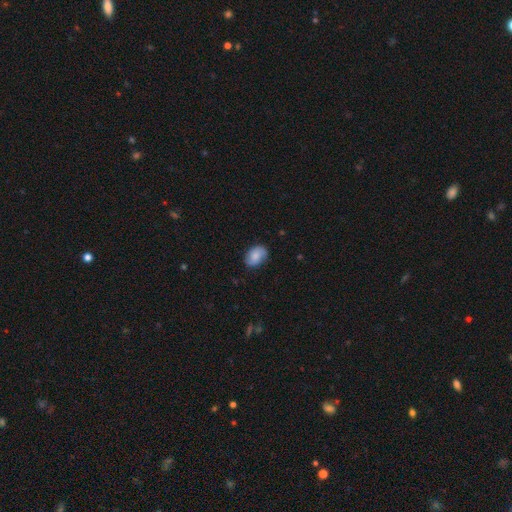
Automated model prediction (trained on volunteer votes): This appears to be a smooth galaxy with no disk features (62%) that is in between round and cigar-shaped (77%). Merging: none (78%).